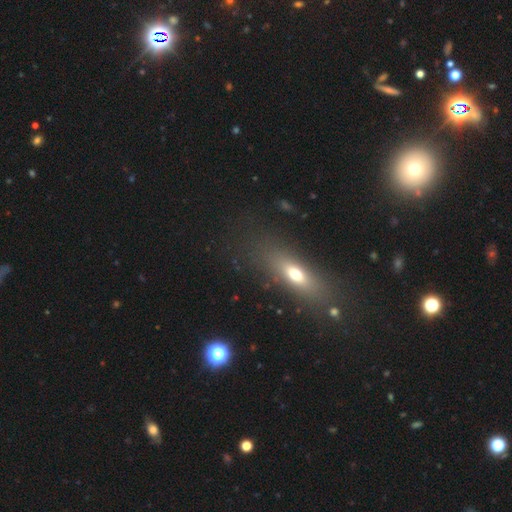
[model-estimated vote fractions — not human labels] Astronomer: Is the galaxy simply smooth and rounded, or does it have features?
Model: smooth — 47% (runner-up: featured or disk, 28%).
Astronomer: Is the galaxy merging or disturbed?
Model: none — 78%.